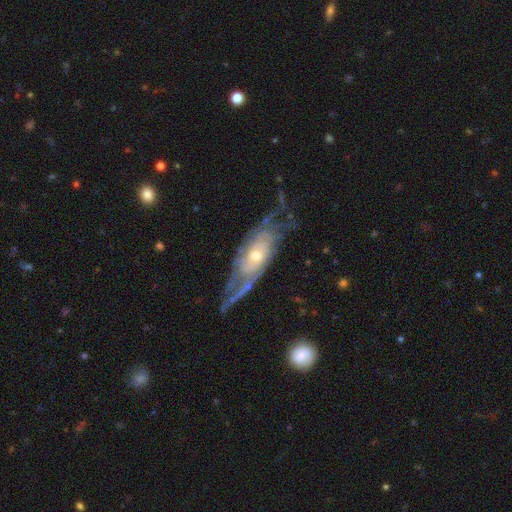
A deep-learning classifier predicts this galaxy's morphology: A featured or disk galaxy (84%) with no bar (69%), tight (52%) spiral arms (90%) and a small central bulge (47%, tied with moderate). Merging: none (53%).